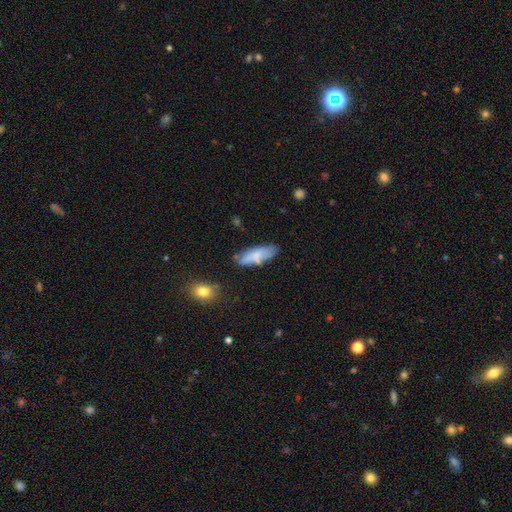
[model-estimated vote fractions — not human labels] smooth-or-featured: smooth: 69% | featured or disk: 24% | star or artifact: 7%
  how-rounded: in between: 65% | cigar-shaped: 33% | round: 2%
  merging: none: 66% | minor disturbance: 23% | major disturbance: 6% | merger: 5%